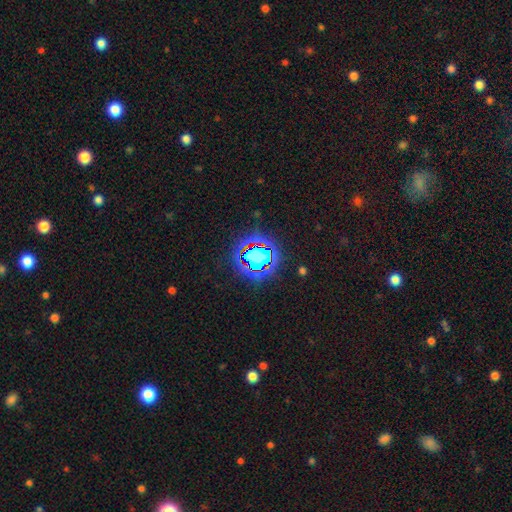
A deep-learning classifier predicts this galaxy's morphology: Smooth or featured? star or artifact (58%)